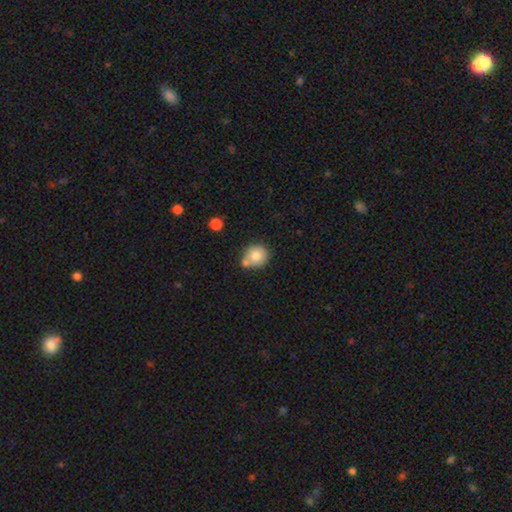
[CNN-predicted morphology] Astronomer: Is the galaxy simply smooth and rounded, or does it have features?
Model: smooth — 80%.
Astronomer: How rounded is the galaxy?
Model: round — 87%.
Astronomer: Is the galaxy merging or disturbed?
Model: none — 54%.